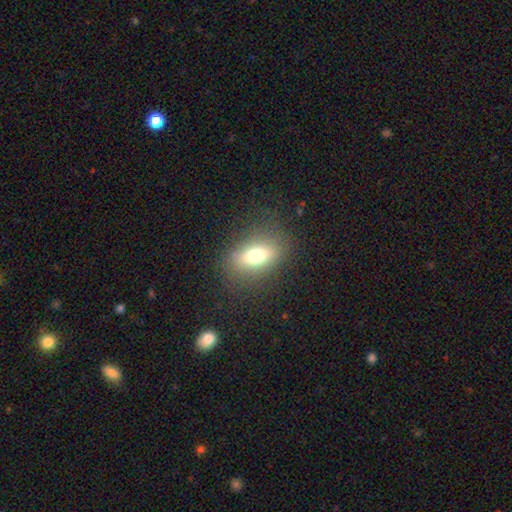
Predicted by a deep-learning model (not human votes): Smooth or featured? smooth (69%)
How rounded? in between (76%)
Merging? none (82%)